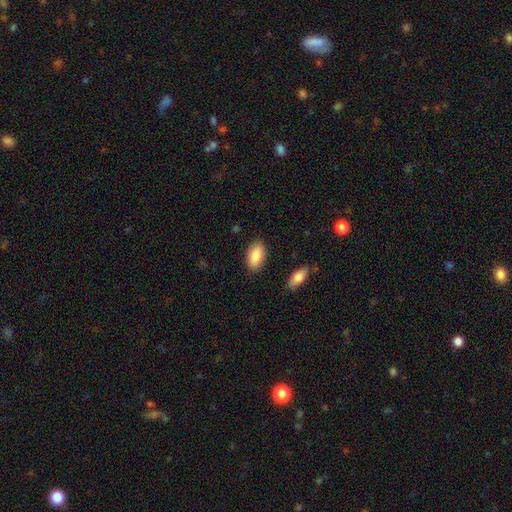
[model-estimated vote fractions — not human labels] Q: Smooth or featured?
A: smooth (87%); runner-up: featured or disk (6%)
Q: How rounded?
A: in between (94%); runner-up: round (3%)
Q: Merging?
A: none (87%); runner-up: minor disturbance (9%)